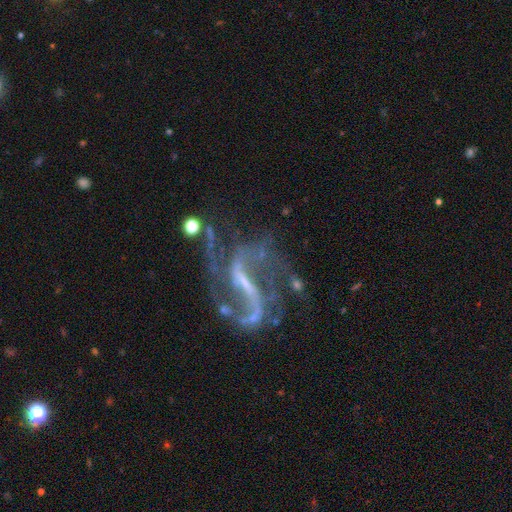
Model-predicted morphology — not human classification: featured or disk 88%, star or artifact 8%, smooth 4%. Down the decision tree: edge-on disk — no (97%); bar — strong (50%); spiral arms — yes (95%); spiral arm count — 2 (76%); spiral winding — loose (58%); bulge size — small (52%); merging — none (46%).